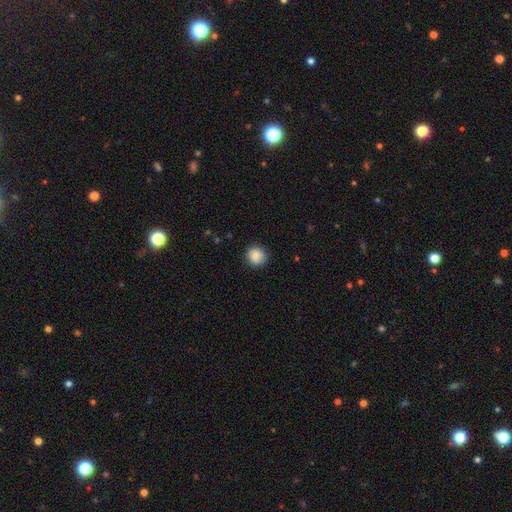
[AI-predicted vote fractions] Smooth or featured?
  - smooth: 87% *
  - star or artifact: 8%
  - featured or disk: 5%
How rounded?
  - round: 87% *
  - in between: 12%
  - cigar-shaped: 1%
Merging?
  - none: 86% *
  - minor disturbance: 10%
  - major disturbance: 3%
  - merger: 1%